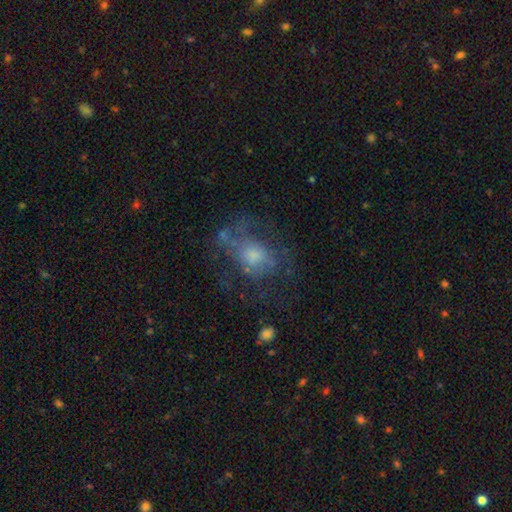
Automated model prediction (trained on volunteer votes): This is possibly a featured or disk galaxy (55%). It is clearly not viewed edge-on (96%). Bar: likely no (80%). Spiral arm pattern: possibly yes (50%, tied with no). Central bulge: possibly moderate (45%). Merging: possibly none (49%).